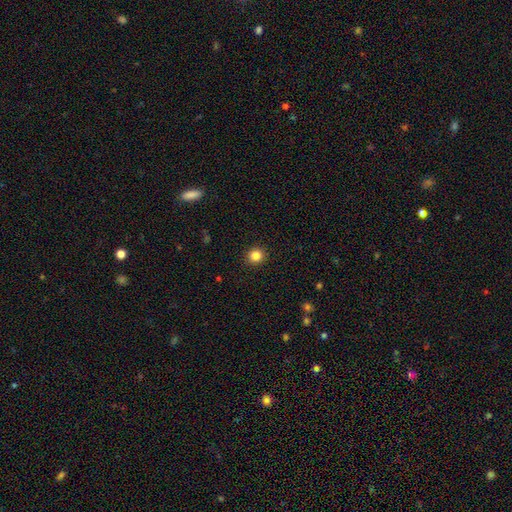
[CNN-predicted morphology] A smooth galaxy with no disk features (85%) that is round (90%). Merging: none (92%).